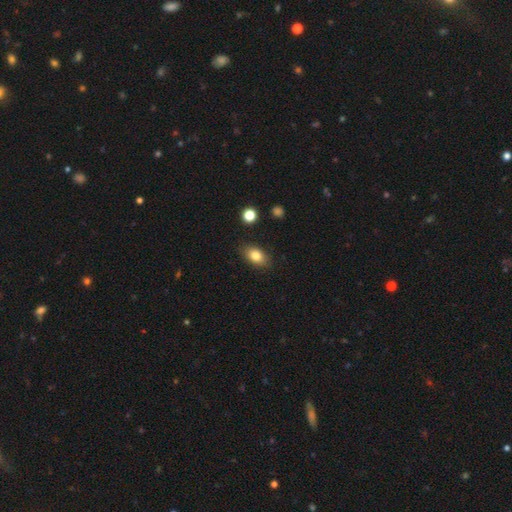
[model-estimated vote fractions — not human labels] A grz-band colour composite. It shows a smooth galaxy with no disk features (82%) that is in between round and cigar-shaped (85%). Merging: none (86%).